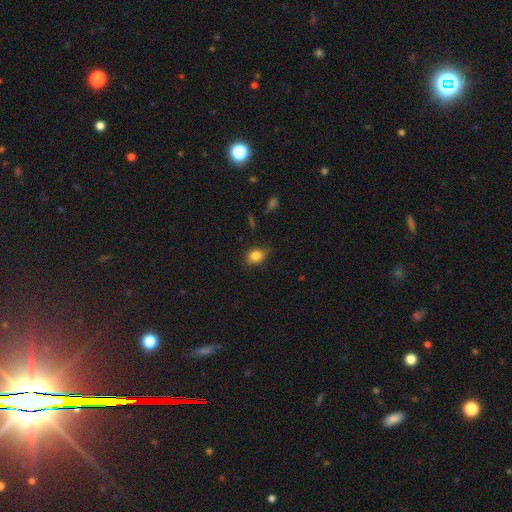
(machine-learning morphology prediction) The model was most divided on "how rounded": in between: 65%, round: 34%, cigar-shaped: 2%. More confident: smooth or featured — smooth (84%); merging — none (74%).